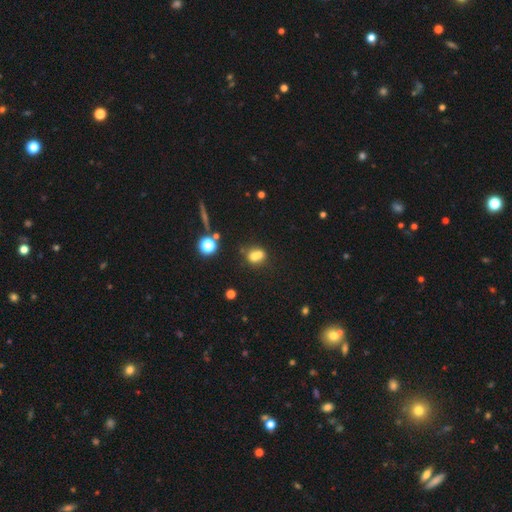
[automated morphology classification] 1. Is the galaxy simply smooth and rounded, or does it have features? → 64% smooth, 19% featured or disk, 16% star or artifact.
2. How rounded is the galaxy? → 55% round, 42% in between, 3% cigar-shaped.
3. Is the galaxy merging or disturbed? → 52% merger, 33% none, 10% minor disturbance, 5% major disturbance.